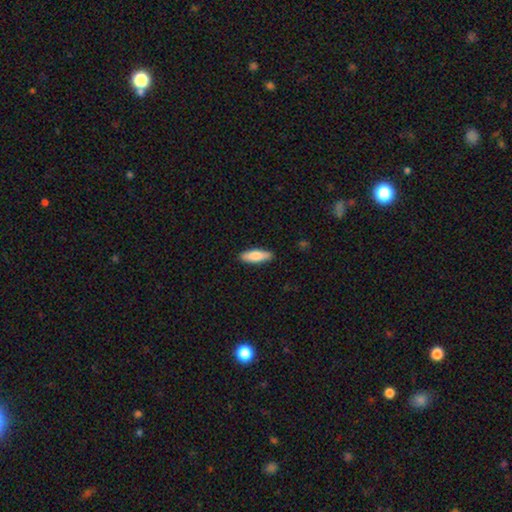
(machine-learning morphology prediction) This appears to be a smooth galaxy with no disk features (82%) that is in between round and cigar-shaped (56%). Merging: none (88%).